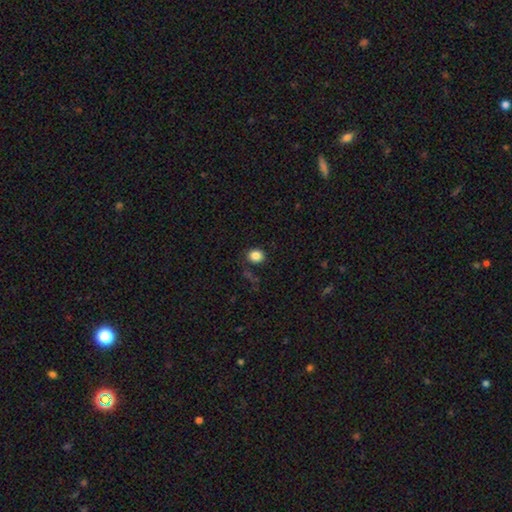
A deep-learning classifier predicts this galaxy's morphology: smooth_or_featured: smooth (p=0.84) [alt: star or artifact p=0.11]
how_rounded: round (p=0.74) [alt: in between p=0.25]
merging: none (p=0.83) [alt: minor disturbance p=0.10]